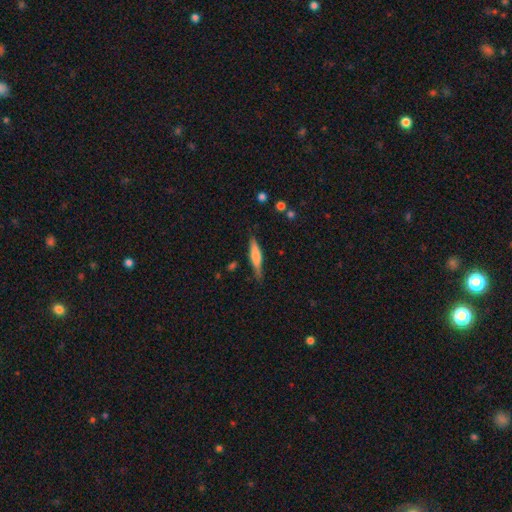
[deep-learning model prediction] A smooth galaxy with no disk features (52%) that is cigar-shaped (81%). Merging: none (80%).